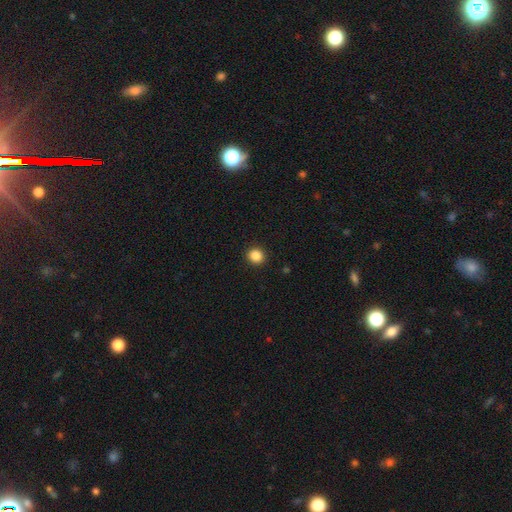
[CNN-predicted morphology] smooth 86%, star or artifact 11%, featured or disk 3%. Down the decision tree: how rounded — round (88%); merging — none (92%).